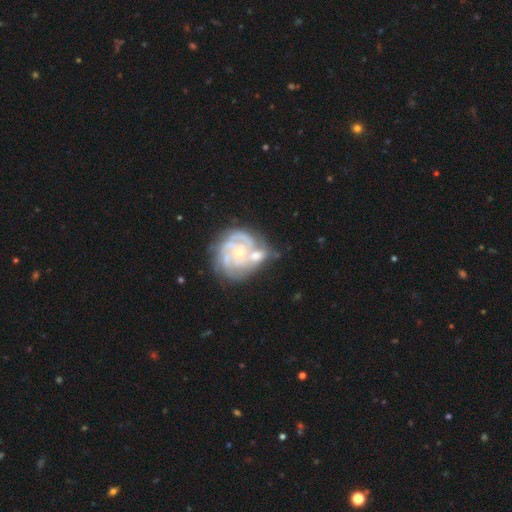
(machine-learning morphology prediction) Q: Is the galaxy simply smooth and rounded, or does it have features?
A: featured or disk — 82%.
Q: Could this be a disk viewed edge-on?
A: no — 98%.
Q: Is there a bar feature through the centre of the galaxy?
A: no — 76%.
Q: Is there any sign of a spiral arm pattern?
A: yes — 91%.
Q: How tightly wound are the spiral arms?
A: tight — 66%.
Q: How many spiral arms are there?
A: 3 — 30%.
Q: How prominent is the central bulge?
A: small — 59%.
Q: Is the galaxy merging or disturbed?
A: none — 37%.